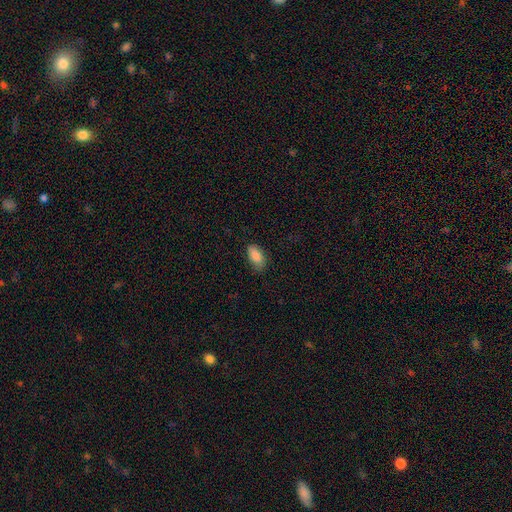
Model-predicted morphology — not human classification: Smooth or featured?
  - smooth: 88% *
  - star or artifact: 7%
  - featured or disk: 6%
How rounded?
  - in between: 93% *
  - cigar-shaped: 4%
  - round: 3%
Merging?
  - none: 78% *
  - minor disturbance: 17%
  - major disturbance: 4%
  - merger: 1%